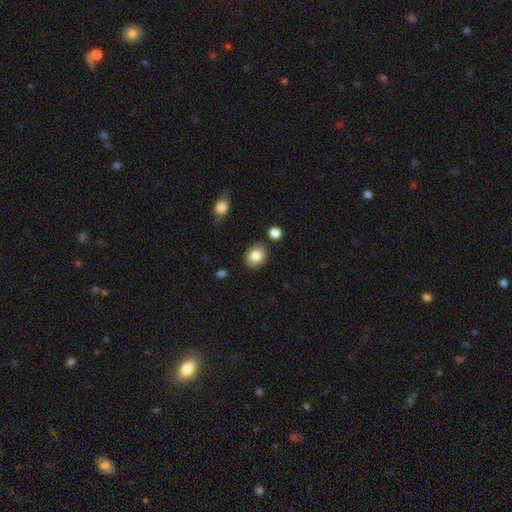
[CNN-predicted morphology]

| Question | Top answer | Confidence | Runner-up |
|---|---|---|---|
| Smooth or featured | smooth | 84% | star or artifact (9%) |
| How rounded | round | 62% | in between (37%) |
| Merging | none | 85% | minor disturbance (9%) |